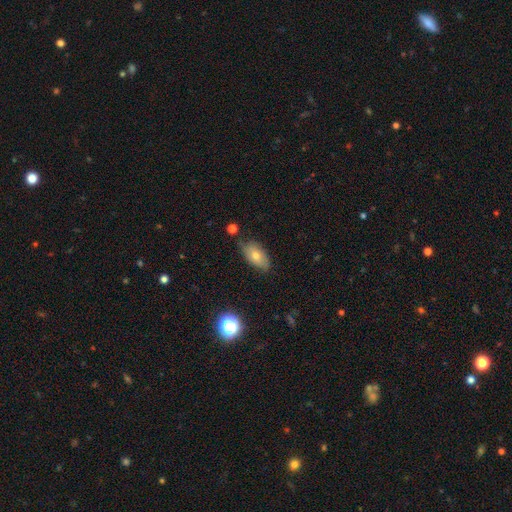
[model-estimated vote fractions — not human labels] This is likely a smooth galaxy (65%). How rounded: clearly in between (88%). Merging: likely none (74%).